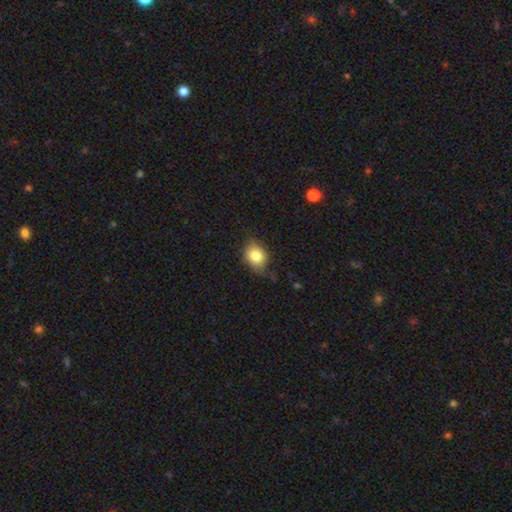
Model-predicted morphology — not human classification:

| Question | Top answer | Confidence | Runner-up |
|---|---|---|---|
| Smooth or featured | smooth | 81% | featured or disk (10%) |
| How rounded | in between | 56% | round (43%) |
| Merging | none | 68% | minor disturbance (25%) |